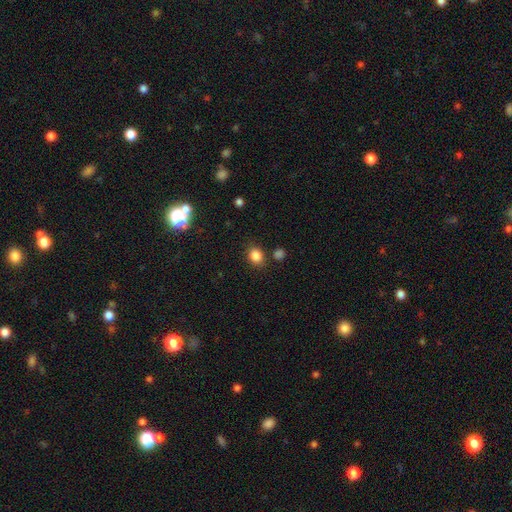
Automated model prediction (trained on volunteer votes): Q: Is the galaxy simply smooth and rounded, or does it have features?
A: smooth — 83%.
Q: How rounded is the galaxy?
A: round — 54%.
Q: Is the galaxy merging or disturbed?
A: none — 80%.